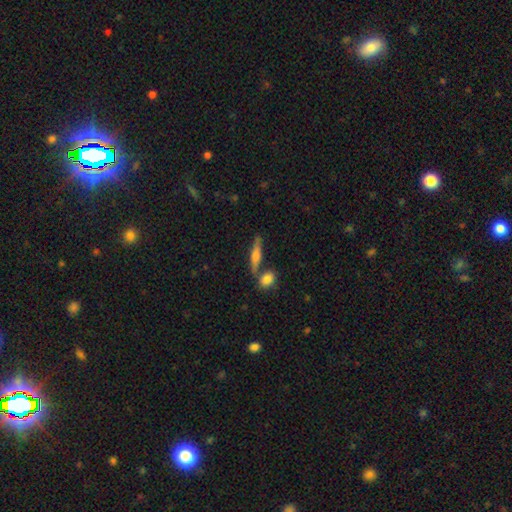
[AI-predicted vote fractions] smooth_or_featured: featured or disk (p=0.46) [tied with: smooth p=0.46]
merging: none (p=0.69) [alt: merger p=0.16]